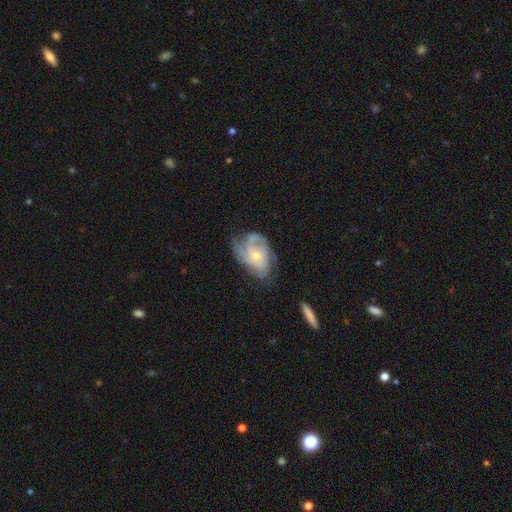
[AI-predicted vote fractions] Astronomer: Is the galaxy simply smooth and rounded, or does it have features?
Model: featured or disk — 80%.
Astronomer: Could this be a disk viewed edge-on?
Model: no — 96%.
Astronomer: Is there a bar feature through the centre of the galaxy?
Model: no — 75%.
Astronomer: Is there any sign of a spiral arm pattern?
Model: yes — 92%.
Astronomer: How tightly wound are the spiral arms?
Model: tight — 54% (runner-up: medium, 35%).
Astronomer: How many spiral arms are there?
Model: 3 — 33% (runner-up: can't tell, 27%).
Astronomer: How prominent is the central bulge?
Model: small — 49% (runner-up: moderate, 47%).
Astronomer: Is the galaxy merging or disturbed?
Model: none — 54%.